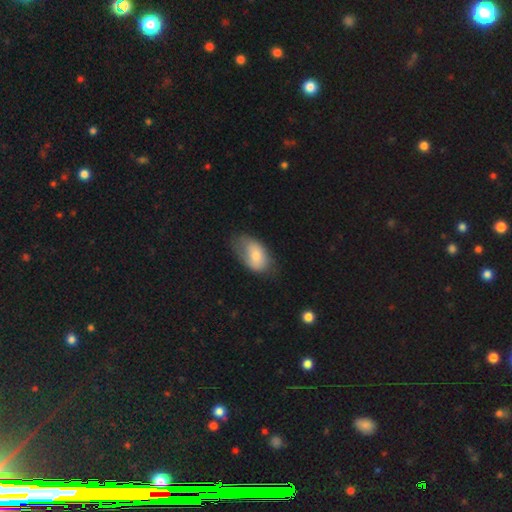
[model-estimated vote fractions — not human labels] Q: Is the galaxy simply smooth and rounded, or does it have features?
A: smooth — 69%.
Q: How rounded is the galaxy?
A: in between — 91%.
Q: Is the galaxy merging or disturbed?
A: none — 44%.